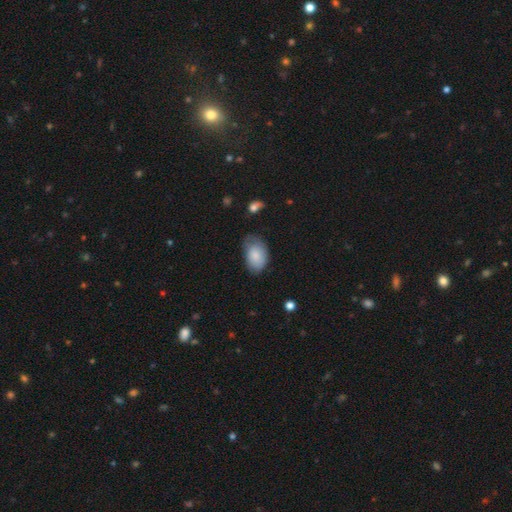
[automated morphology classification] Smooth or featured? Predicted: smooth (p=0.81). How rounded? Predicted: in between (p=0.89). Merging? Predicted: none (p=0.53).